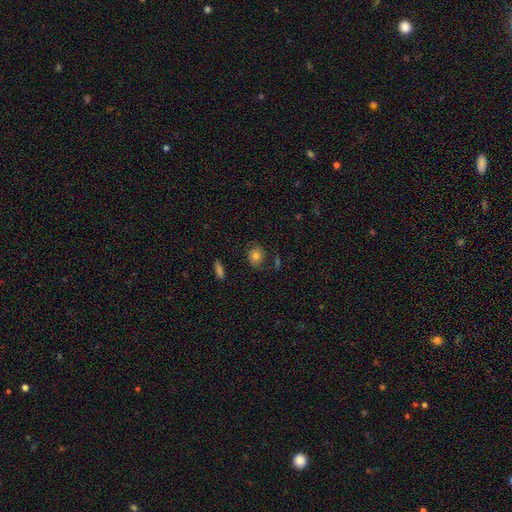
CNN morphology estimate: Smooth or featured? smooth (75%)
How rounded? round (61%)
Merging? none (74%)